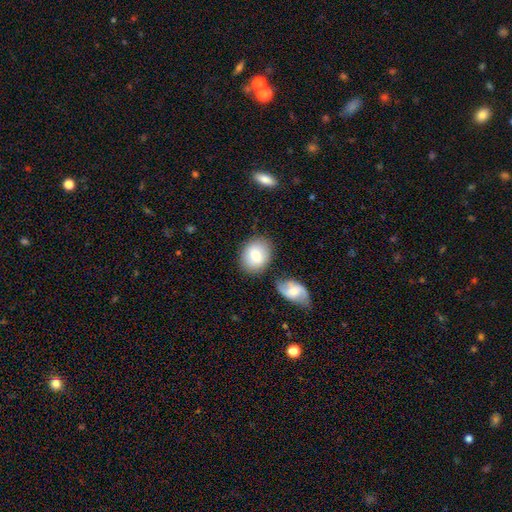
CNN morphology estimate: Smooth or featured? Predicted: smooth (p=0.77). How rounded? Predicted: round (p=0.54). Merging? Predicted: none (p=0.75).